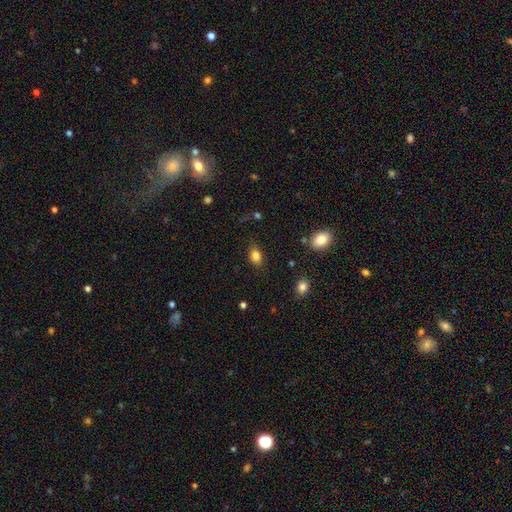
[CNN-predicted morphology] Overall: smooth (84%). How rounded: in between (76%). Merging: none (82%).